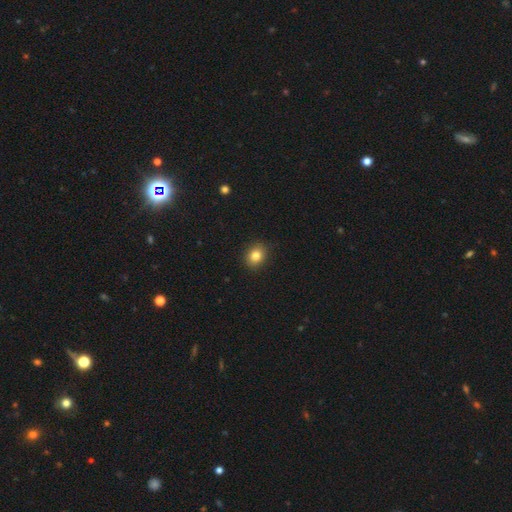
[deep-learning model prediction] Smooth or featured? Predicted: smooth (p=0.83). How rounded? Predicted: round (p=0.60). Merging? Predicted: none (p=0.90).